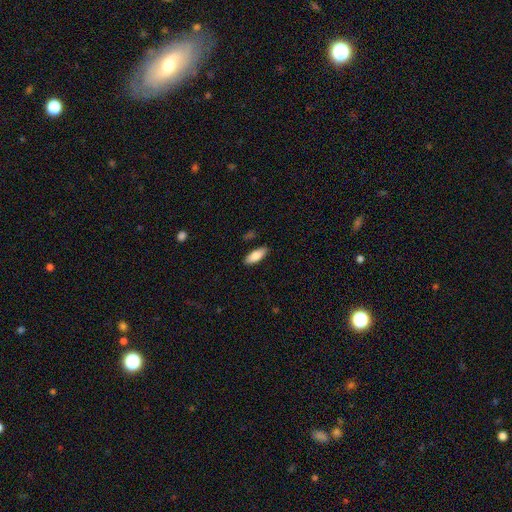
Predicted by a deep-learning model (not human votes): A smooth galaxy with no disk features (84%) that is in between round and cigar-shaped (80%).

Vote fractions:
- Smooth or featured? smooth: 84% / featured or disk: 10% / star or artifact: 6%
- How rounded? in between: 80% / cigar-shaped: 18% / round: 2%
- Merging? none: 85% / minor disturbance: 11% / major disturbance: 2% / merger: 2%